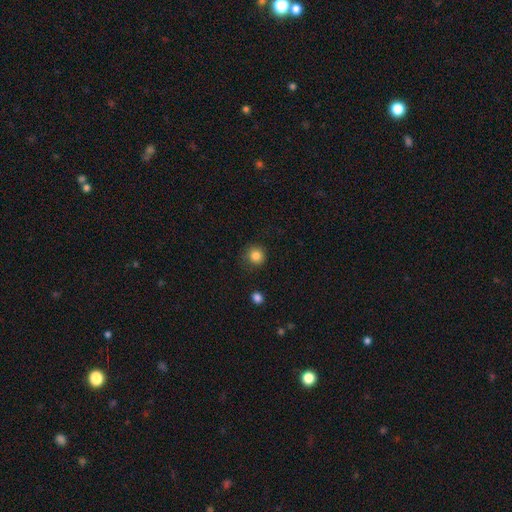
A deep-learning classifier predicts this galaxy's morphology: Smooth or featured? Predicted: smooth (p=0.84). How rounded? Predicted: round (p=0.92). Merging? Predicted: none (p=0.83).